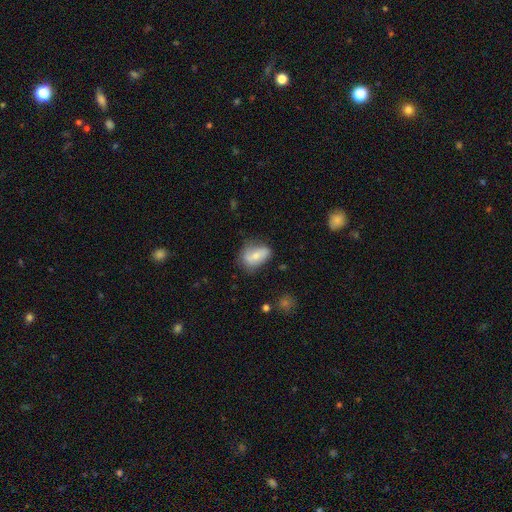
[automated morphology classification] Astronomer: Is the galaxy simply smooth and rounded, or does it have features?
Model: smooth — 65%.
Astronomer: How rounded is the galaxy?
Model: in between — 85%.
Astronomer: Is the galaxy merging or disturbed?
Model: none — 56%.